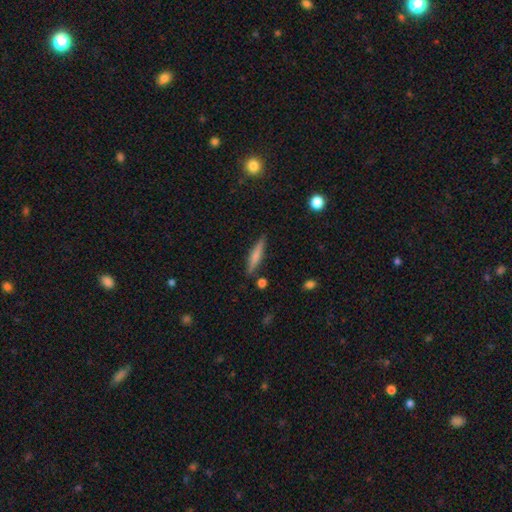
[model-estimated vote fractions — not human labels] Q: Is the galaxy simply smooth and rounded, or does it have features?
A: smooth — 58%.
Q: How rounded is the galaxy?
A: cigar-shaped — 88%.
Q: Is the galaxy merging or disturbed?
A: none — 86%.